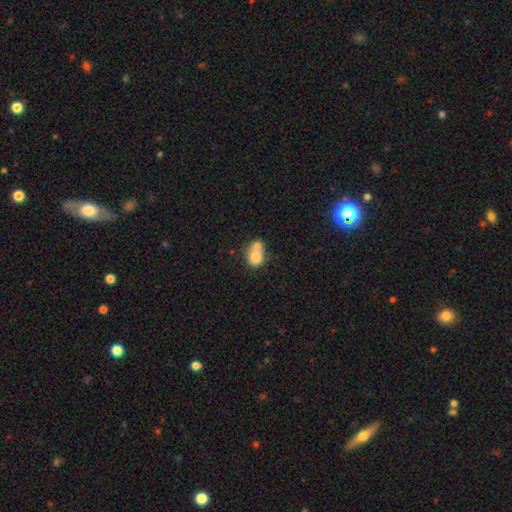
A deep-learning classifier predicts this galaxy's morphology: A smooth galaxy with no disk features (76%) that is round (53%).

Vote fractions:
- Smooth or featured? smooth: 76% / featured or disk: 15% / star or artifact: 9%
- How rounded? round: 53% / in between: 46% / cigar-shaped: 1%
- Merging? merger: 57% / none: 28% / minor disturbance: 11% / major disturbance: 5%